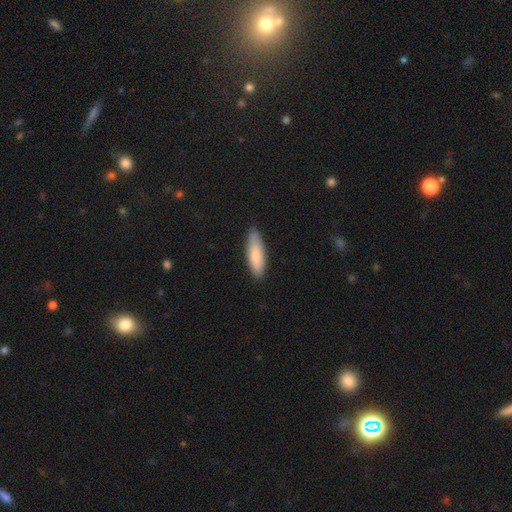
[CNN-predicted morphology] The model was most divided on "how rounded": cigar-shaped: 50%, in between: 48%, round: 2%. More confident: merging — none (83%); smooth or featured — smooth (82%).